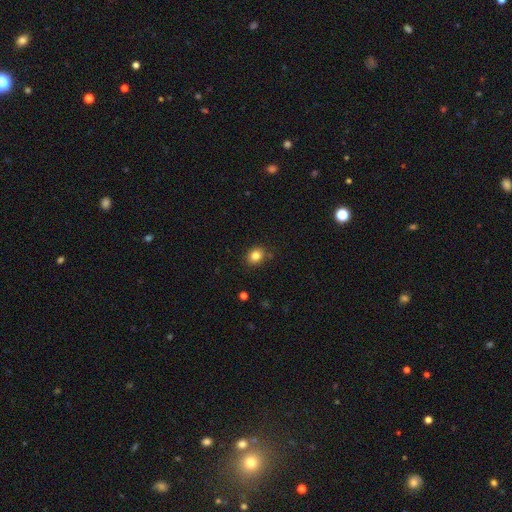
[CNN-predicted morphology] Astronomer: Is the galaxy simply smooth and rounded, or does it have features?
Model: smooth — 83%.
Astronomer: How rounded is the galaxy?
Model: round — 63%.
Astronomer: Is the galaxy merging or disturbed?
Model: none — 86%.